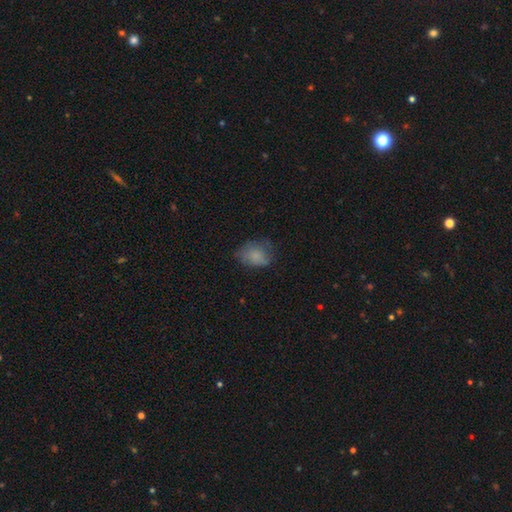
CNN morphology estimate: Q: Smooth or featured?
A: smooth (76%); runner-up: featured or disk (14%)
Q: How rounded?
A: in between (61%); runner-up: round (38%)
Q: Merging?
A: none (57%); runner-up: minor disturbance (29%)